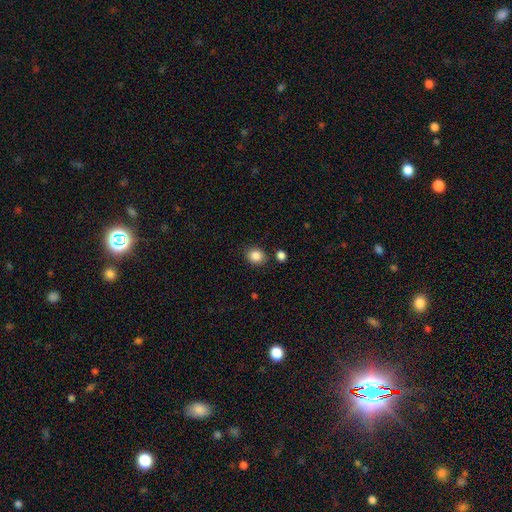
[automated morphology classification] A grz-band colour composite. It shows a smooth galaxy with no disk features (86%) that is round (63%). Merging: none (82%).